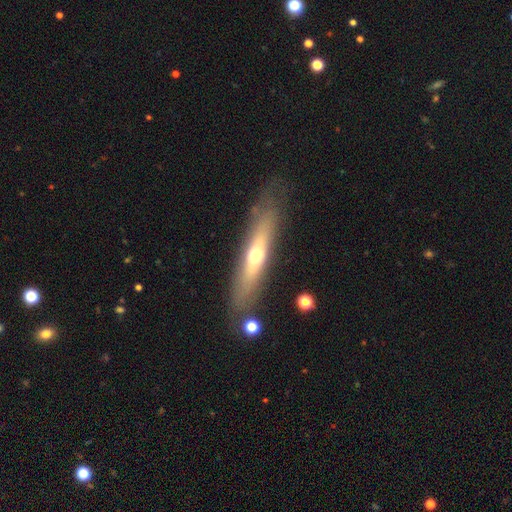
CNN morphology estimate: smooth_or_featured: featured or disk (p=0.49) [alt: smooth p=0.44]
merging: none (p=0.77) [alt: minor disturbance p=0.14]